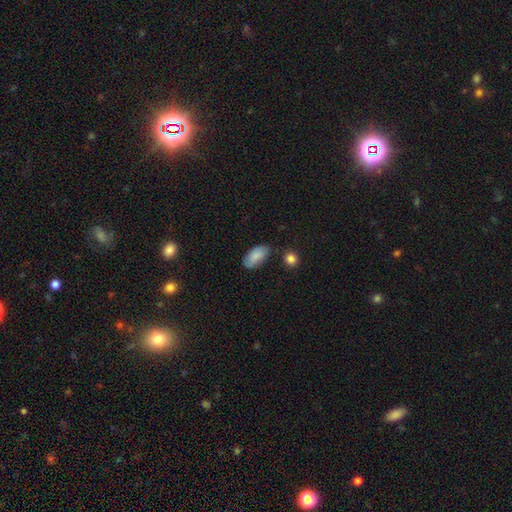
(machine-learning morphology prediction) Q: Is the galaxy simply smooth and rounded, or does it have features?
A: smooth — 85%.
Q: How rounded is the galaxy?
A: in between — 93%.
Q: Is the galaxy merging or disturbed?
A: none — 75%.